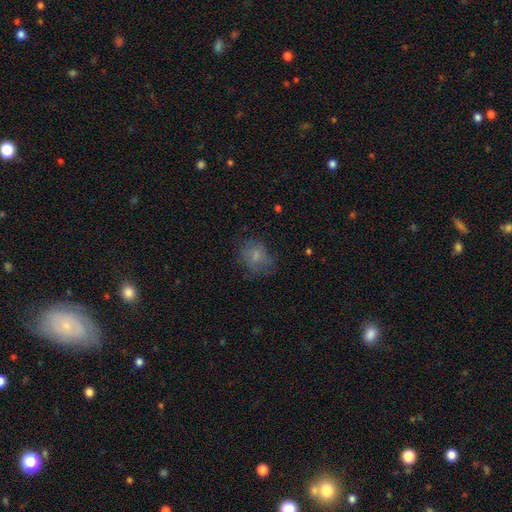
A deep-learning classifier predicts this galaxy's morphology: Smooth or featured? Predicted: smooth (p=0.71). How rounded? Predicted: round (p=0.52). Merging? Predicted: none (p=0.63).